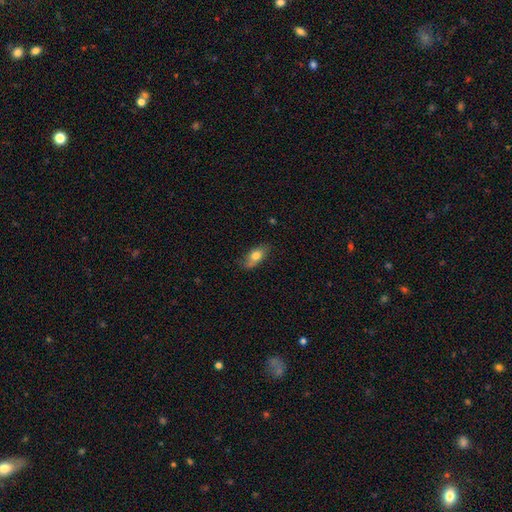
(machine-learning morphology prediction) Smooth or featured?
  - smooth: 74% *
  - featured or disk: 19%
  - star or artifact: 7%
How rounded?
  - in between: 85% *
  - cigar-shaped: 10%
  - round: 5%
Merging?
  - none: 74% *
  - minor disturbance: 20%
  - major disturbance: 4%
  - merger: 1%